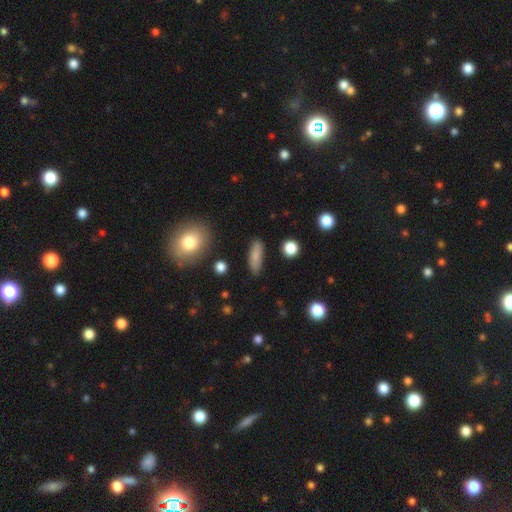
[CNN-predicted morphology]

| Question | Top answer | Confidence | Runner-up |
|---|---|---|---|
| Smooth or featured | smooth | 81% | featured or disk (11%) |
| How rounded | in between | 54% | cigar-shaped (41%) |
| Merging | none | 83% | minor disturbance (11%) |